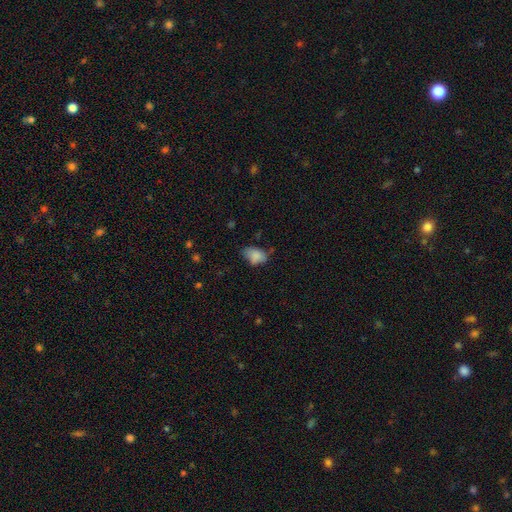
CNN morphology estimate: type=smooth (81%); roundness=in between (85%); merging=none (47%).